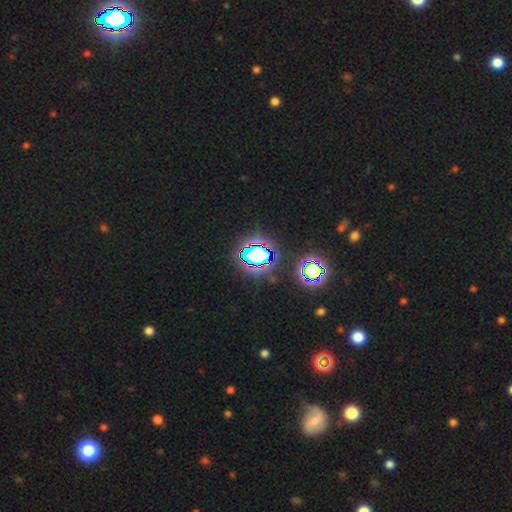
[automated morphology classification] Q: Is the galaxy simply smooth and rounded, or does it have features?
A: star or artifact — 81%.